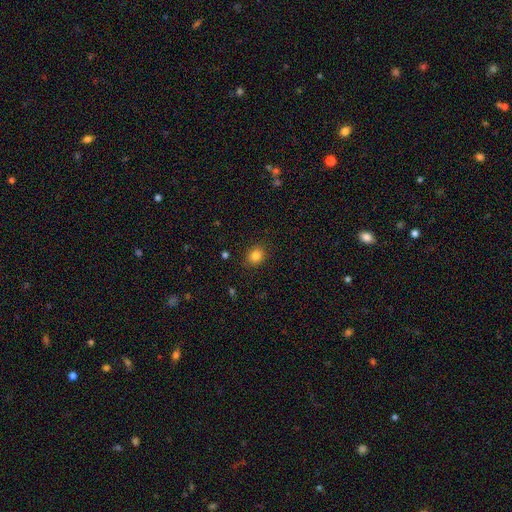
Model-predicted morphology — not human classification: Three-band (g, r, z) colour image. It shows a smooth galaxy with no disk features (84%) that is round (67%). Merging: none (89%).